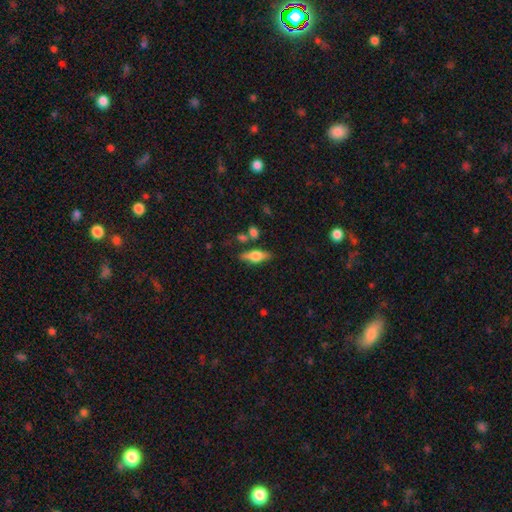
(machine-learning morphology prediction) type=smooth (50%); merging=none (76%).